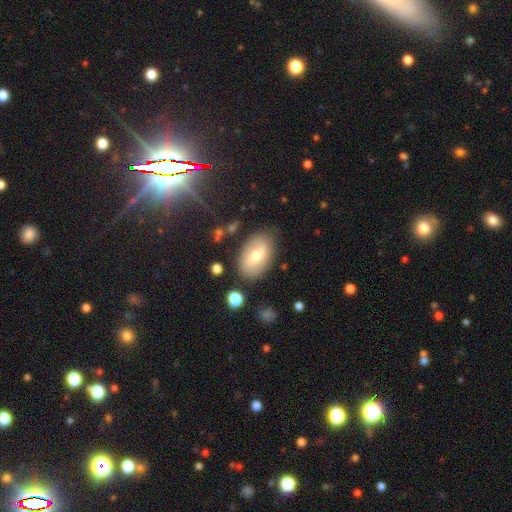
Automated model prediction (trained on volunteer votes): Morphology: type=smooth (54%); roundness=in between (89%); merging=none (81%).